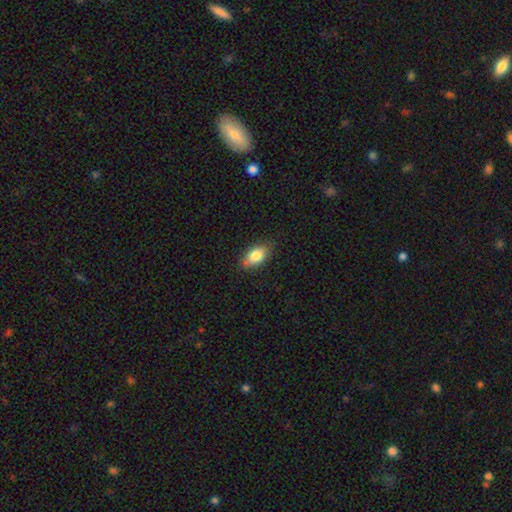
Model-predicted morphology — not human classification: smooth-or-featured: smooth: 81% | featured or disk: 11% | star or artifact: 7%
  how-rounded: in between: 89% | round: 7% | cigar-shaped: 4%
  merging: none: 80% | minor disturbance: 15% | major disturbance: 3% | merger: 1%